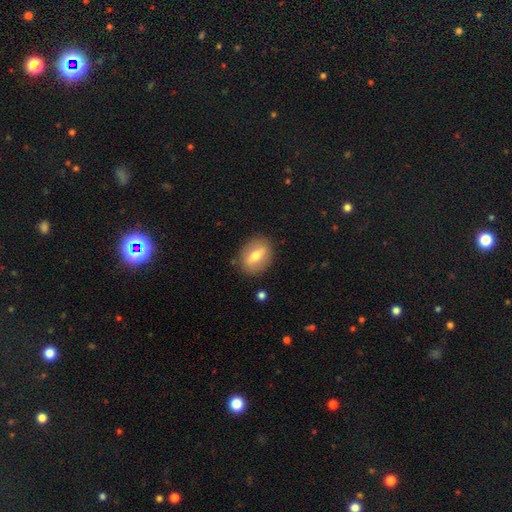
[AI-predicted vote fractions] Overall: smooth (55%; featured or disk 38%). How rounded: in between (63%; round 33%). Merging: none (86%).